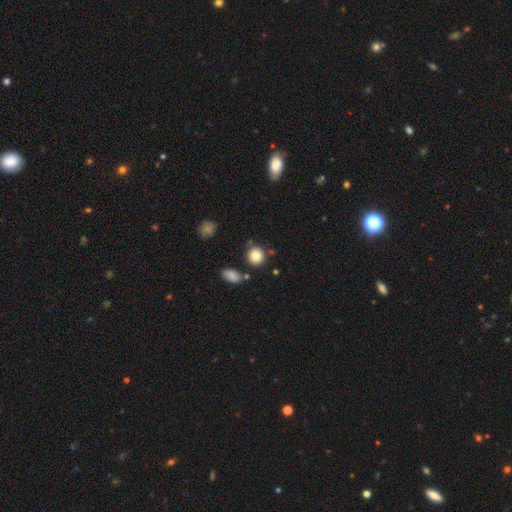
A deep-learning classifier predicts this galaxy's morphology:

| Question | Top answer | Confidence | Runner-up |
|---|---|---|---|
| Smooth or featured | smooth | 82% | star or artifact (10%) |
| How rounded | round | 86% | in between (13%) |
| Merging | none | 79% | minor disturbance (11%) |